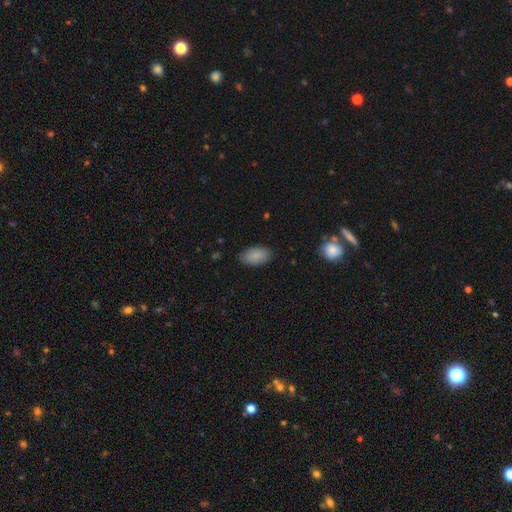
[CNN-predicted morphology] A smooth galaxy with no disk features (87%) that is in between round and cigar-shaped (94%). Merging: none (84%).